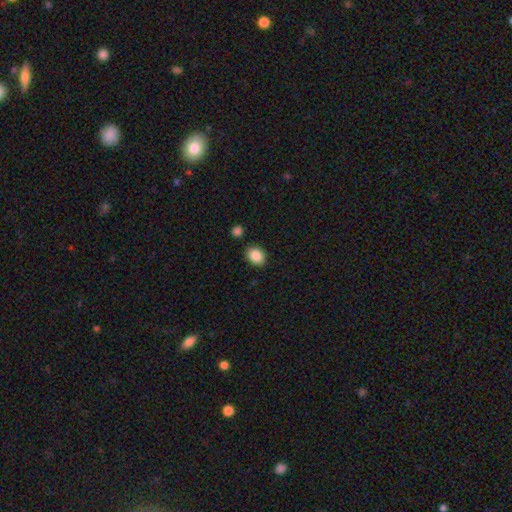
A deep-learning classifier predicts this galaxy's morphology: A smooth galaxy with no disk features (88%) that is in between round and cigar-shaped (55%). Merging: none (84%).